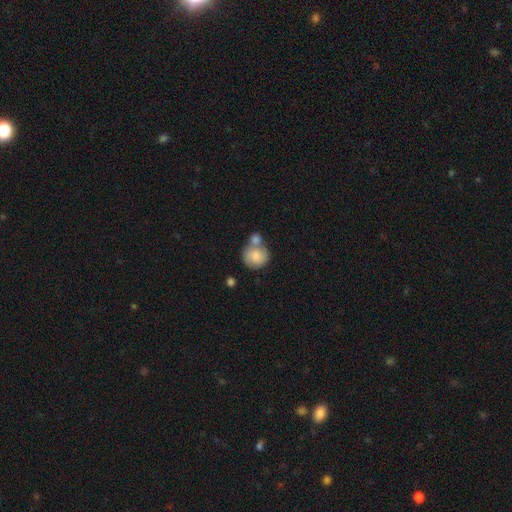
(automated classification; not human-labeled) This appears to be a smooth galaxy with no disk features (74%) that is round (84%). Merging: merger (50%).